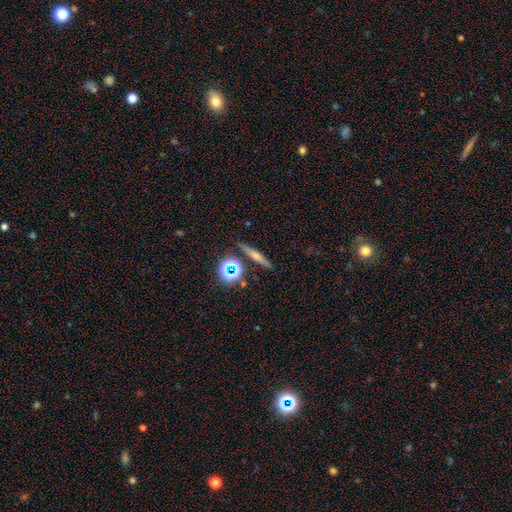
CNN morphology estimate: This appears to be a featured or disk galaxy (52%) viewed edge-on (94%). Merging: none (87%).